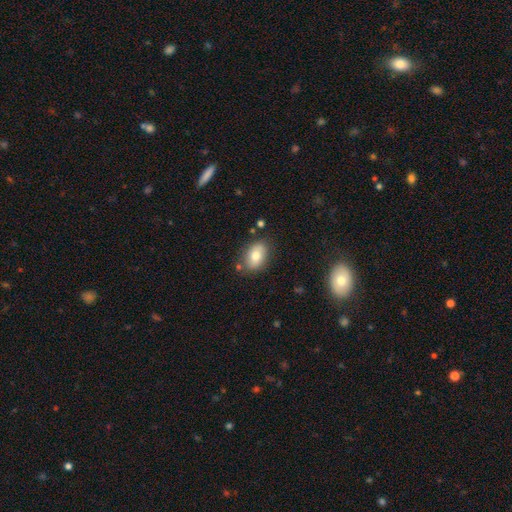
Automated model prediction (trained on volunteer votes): This is likely a smooth galaxy (73%). How rounded: clearly in between (85%). Merging: likely none (78%).